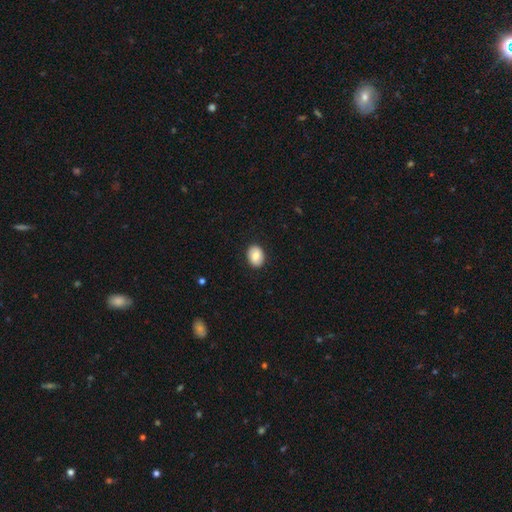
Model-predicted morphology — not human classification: The model was most divided on "how rounded": in between: 69%, round: 30%, cigar-shaped: 1%. More confident: merging — none (90%); smooth or featured — smooth (79%).